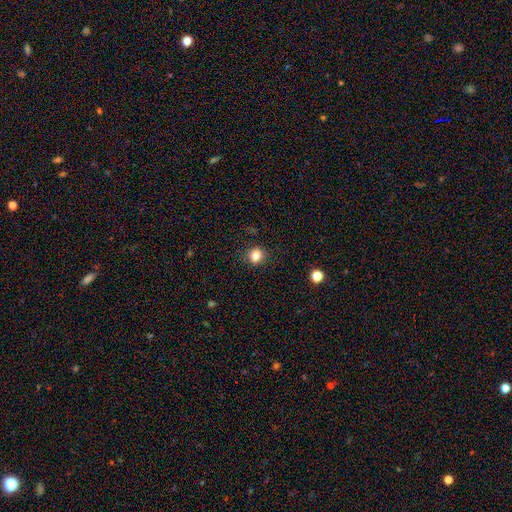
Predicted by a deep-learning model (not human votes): A smooth galaxy with no disk features (83%) that is round (59%).

Vote fractions:
- Smooth or featured? smooth: 83% / star or artifact: 11% / featured or disk: 5%
- How rounded? round: 59% / in between: 39% / cigar-shaped: 1%
- Merging? none: 85% / minor disturbance: 11% / major disturbance: 3% / merger: 1%